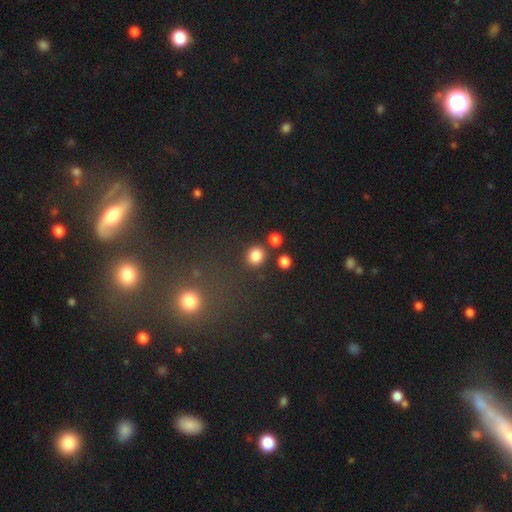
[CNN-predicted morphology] smooth-or-featured: smooth: 84% | star or artifact: 12% | featured or disk: 5%
  how-rounded: round: 83% | in between: 16% | cigar-shaped: 1%
  merging: none: 81% | minor disturbance: 8% | merger: 8% | major disturbance: 3%